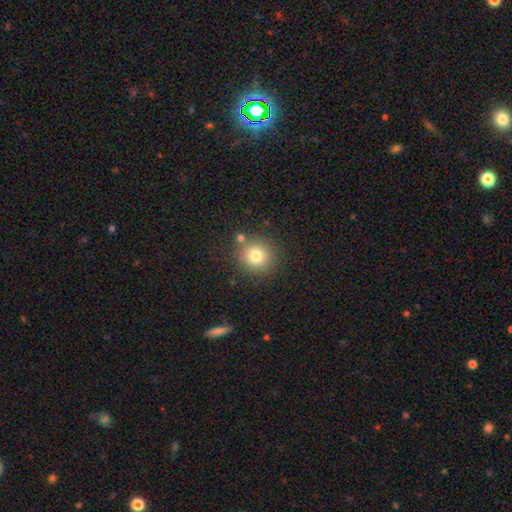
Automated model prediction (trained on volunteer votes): Smooth or featured?
  - smooth: 77% *
  - star or artifact: 13%
  - featured or disk: 9%
How rounded?
  - round: 92% *
  - in between: 7%
  - cigar-shaped: 1%
Merging?
  - none: 80% *
  - minor disturbance: 9%
  - merger: 8%
  - major disturbance: 3%